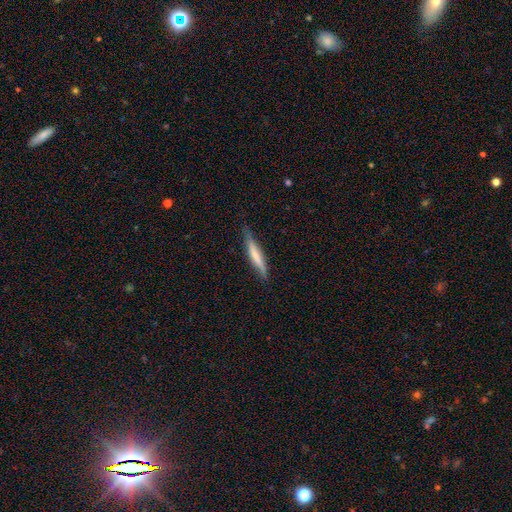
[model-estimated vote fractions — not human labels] A smooth galaxy with no disk features (60%) that is cigar-shaped (91%).

Vote fractions:
- Smooth or featured? smooth: 60% / featured or disk: 34% / star or artifact: 6%
- How rounded? cigar-shaped: 91% / in between: 8% / round: 1%
- Merging? none: 75% / minor disturbance: 20% / major disturbance: 4% / merger: 1%